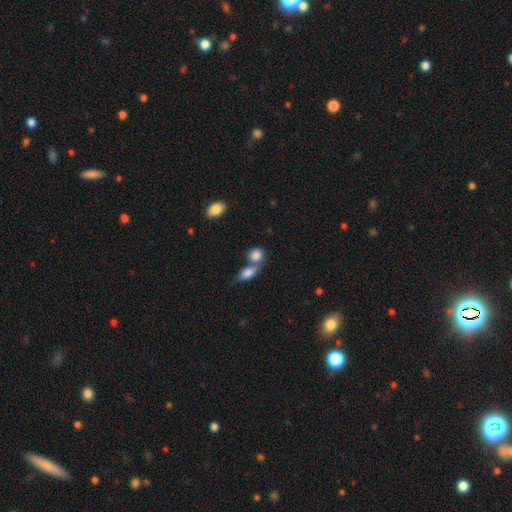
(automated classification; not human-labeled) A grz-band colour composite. It shows a smooth galaxy with no disk features (84%) that is round (51%). Merging: merger (56%).